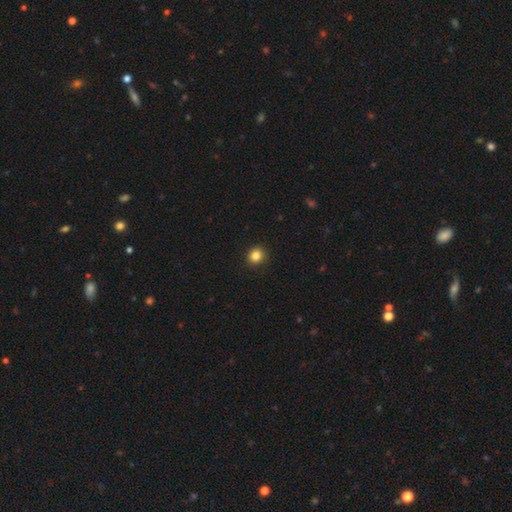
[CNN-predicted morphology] Q: Smooth or featured?
A: smooth (84%); runner-up: star or artifact (11%)
Q: How rounded?
A: round (85%); runner-up: in between (14%)
Q: Merging?
A: none (91%); runner-up: minor disturbance (6%)